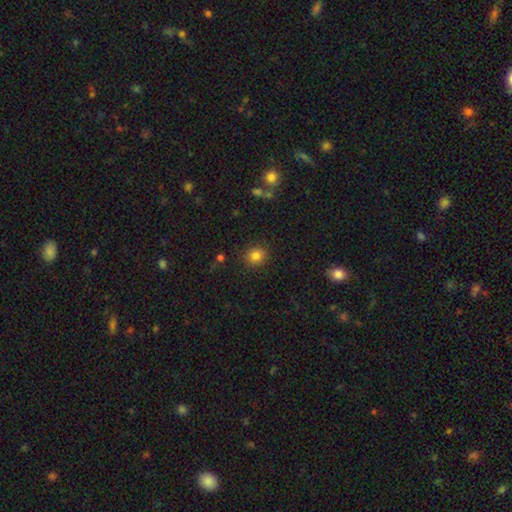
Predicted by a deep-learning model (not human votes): Smooth or featured?
  - smooth: 81% *
  - star or artifact: 13%
  - featured or disk: 6%
How rounded?
  - round: 77% *
  - in between: 22%
  - cigar-shaped: 1%
Merging?
  - none: 87% *
  - minor disturbance: 9%
  - major disturbance: 3%
  - merger: 2%